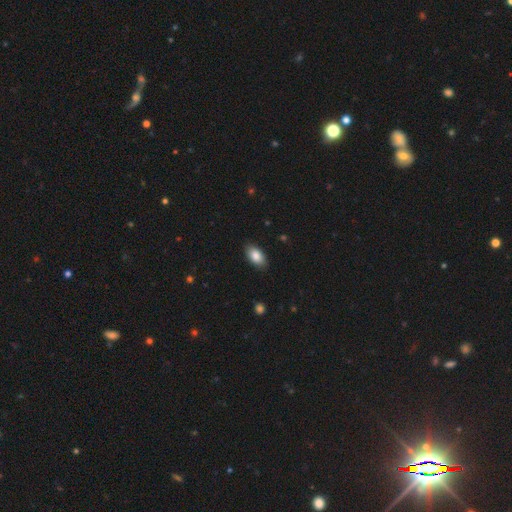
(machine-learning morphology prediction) A smooth galaxy with no disk features (86%) that is in between round and cigar-shaped (94%).

Vote fractions:
- Smooth or featured? smooth: 86% / featured or disk: 7% / star or artifact: 7%
- How rounded? in between: 94% / round: 4% / cigar-shaped: 3%
- Merging? none: 86% / minor disturbance: 10% / major disturbance: 2% / merger: 1%